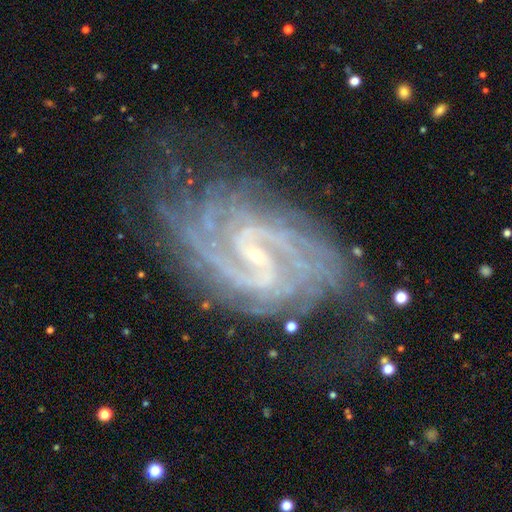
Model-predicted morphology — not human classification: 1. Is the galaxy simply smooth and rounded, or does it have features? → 92% featured or disk, 5% star or artifact, 2% smooth.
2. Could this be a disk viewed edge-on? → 97% no, 3% yes.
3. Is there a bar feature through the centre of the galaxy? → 48% weak, 30% strong, 22% no.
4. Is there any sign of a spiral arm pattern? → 99% yes, 1% no.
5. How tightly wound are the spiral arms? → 55% tight, 37% medium, 8% loose.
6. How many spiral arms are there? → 50% 2, 13% can't tell, 12% 3, 10% 4, 8% more than 4, 7% 1.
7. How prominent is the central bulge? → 83% small, 12% moderate, 3% none, 1% large, 1% dominant.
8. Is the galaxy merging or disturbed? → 63% none, 23% minor disturbance, 12% major disturbance, 2% merger.